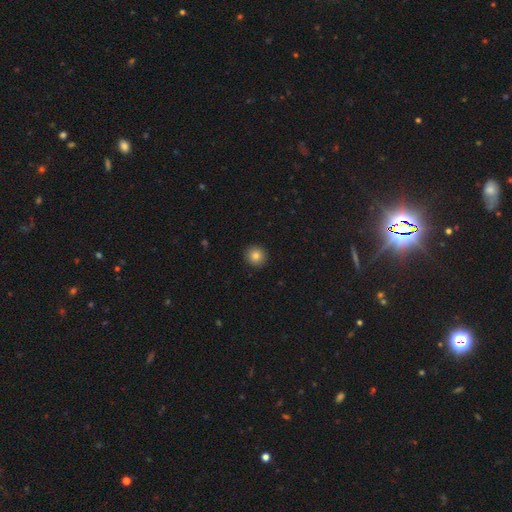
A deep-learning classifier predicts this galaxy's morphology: A smooth galaxy with no disk features (83%) that is round (92%).

Vote fractions:
- Smooth or featured? smooth: 83% / star or artifact: 11% / featured or disk: 7%
- How rounded? round: 92% / in between: 7% / cigar-shaped: 1%
- Merging? none: 92% / minor disturbance: 5% / major disturbance: 2% / merger: 1%